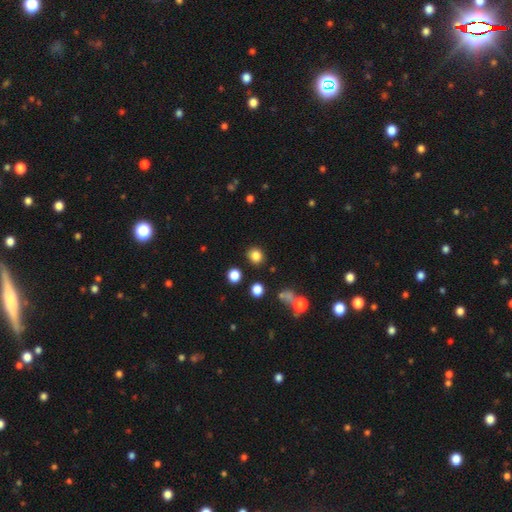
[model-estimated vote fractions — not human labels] smooth-or-featured: smooth: 83% | star or artifact: 12% | featured or disk: 5%
  how-rounded: round: 83% | in between: 16% | cigar-shaped: 1%
  merging: none: 87% | minor disturbance: 7% | merger: 3% | major disturbance: 3%